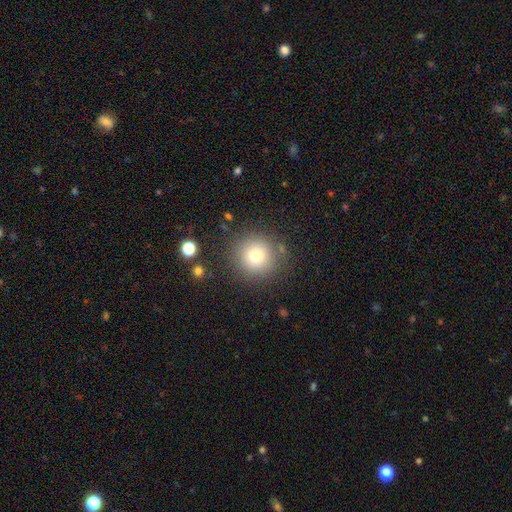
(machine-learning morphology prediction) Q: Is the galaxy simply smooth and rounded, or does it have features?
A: smooth — 75%.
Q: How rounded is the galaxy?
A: round — 94%.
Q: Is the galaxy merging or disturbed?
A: none — 85%.